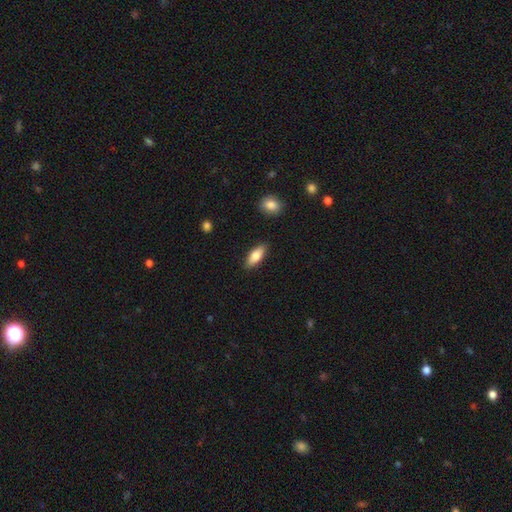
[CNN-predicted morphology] A smooth galaxy with no disk features (75%) that is in between round and cigar-shaped (70%). Merging: none (87%).